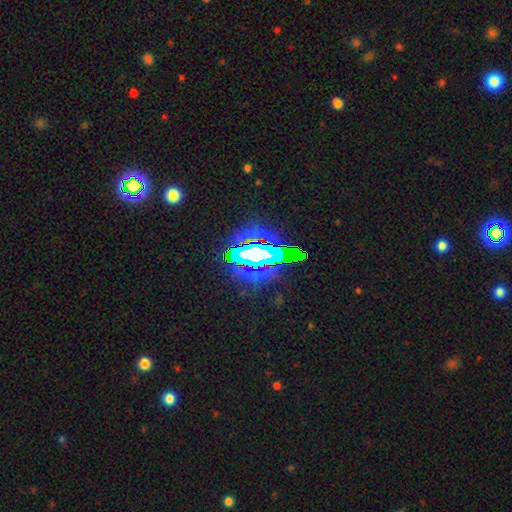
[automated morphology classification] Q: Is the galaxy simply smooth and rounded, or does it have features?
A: star or artifact — 61%.